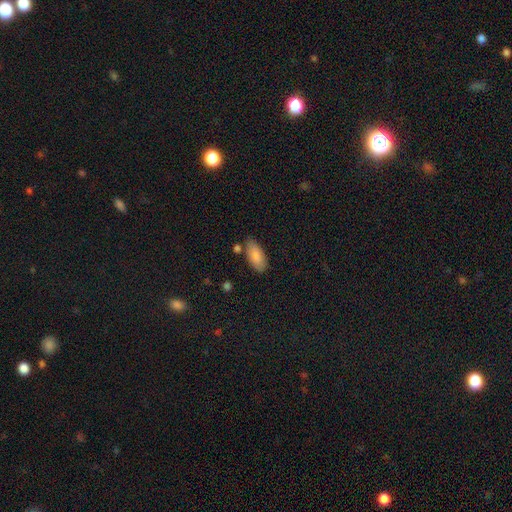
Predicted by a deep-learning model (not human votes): Smooth or featured? Predicted: smooth (p=0.86). How rounded? Predicted: in between (p=0.88). Merging? Predicted: none (p=0.75).